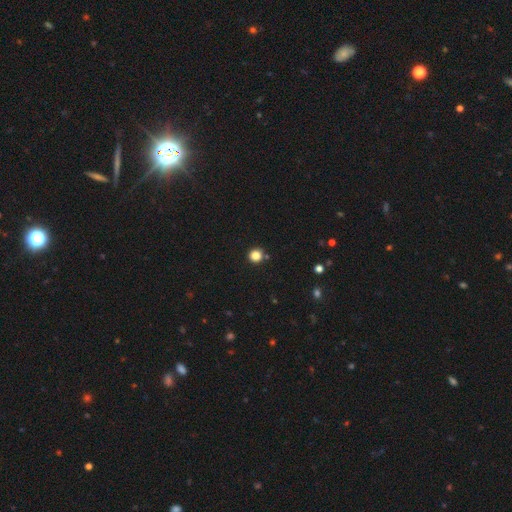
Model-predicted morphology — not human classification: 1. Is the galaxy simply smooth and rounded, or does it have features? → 83% smooth, 13% star or artifact, 4% featured or disk.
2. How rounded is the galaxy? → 94% round, 5% in between, 1% cigar-shaped.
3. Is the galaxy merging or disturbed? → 87% none, 7% minor disturbance, 4% merger, 2% major disturbance.